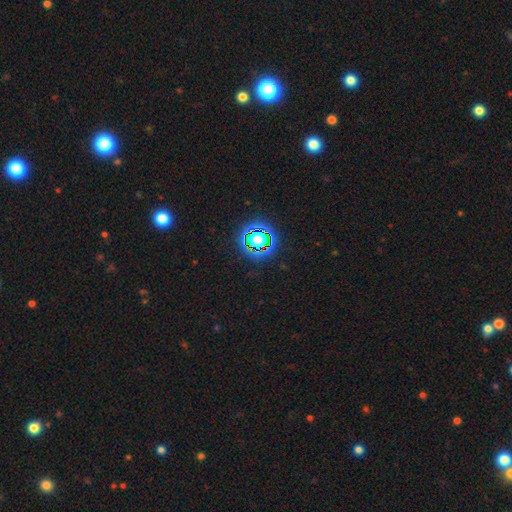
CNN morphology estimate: The model was most divided on "smooth or featured": star or artifact: 73%, smooth: 19%, featured or disk: 7%.